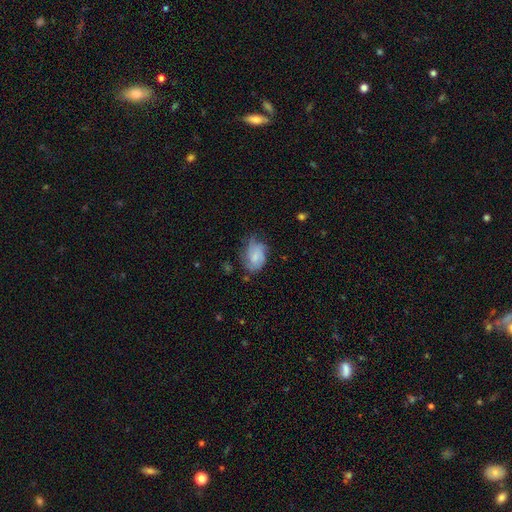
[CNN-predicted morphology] The model was most divided on "merging": none: 44%, minor disturbance: 34%, major disturbance: 20%, merger: 2%. More confident: how rounded — in between (76%); smooth or featured — smooth (51%).